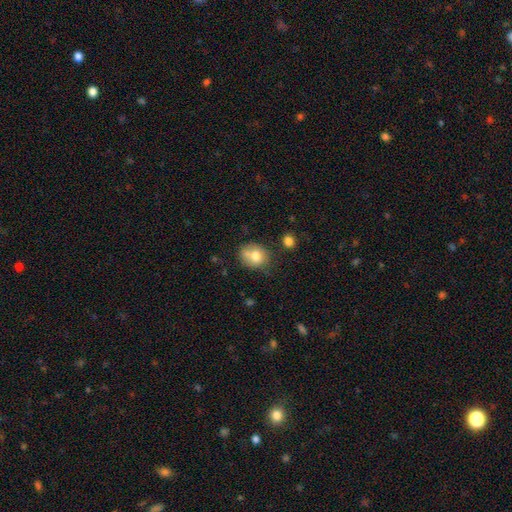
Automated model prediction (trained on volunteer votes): This is likely a smooth galaxy (73%). How rounded: likely round (65%). Merging: possibly none (51%).